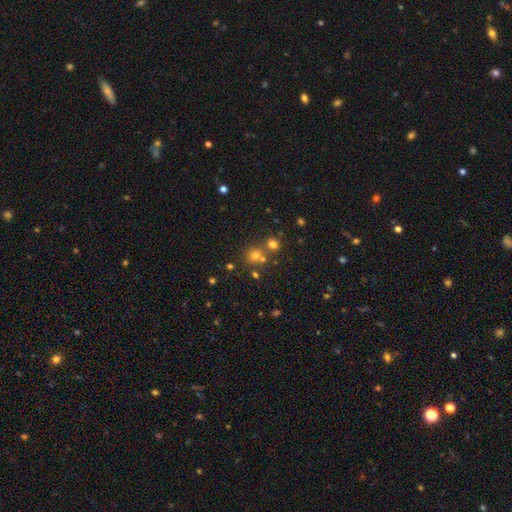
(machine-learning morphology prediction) Smooth or featured?
  - smooth: 66% *
  - star or artifact: 24%
  - featured or disk: 10%
How rounded?
  - round: 87% *
  - in between: 12%
  - cigar-shaped: 1%
Merging?
  - none: 62% *
  - merger: 28%
  - minor disturbance: 7%
  - major disturbance: 3%